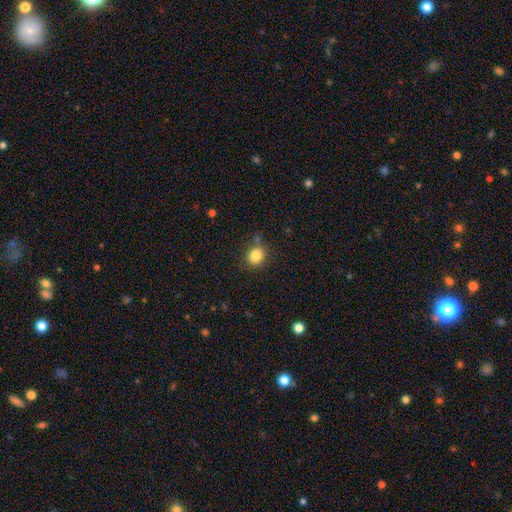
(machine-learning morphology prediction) smooth 83%, star or artifact 11%, featured or disk 6%. Down the decision tree: how rounded — round (72%); merging — none (75%).